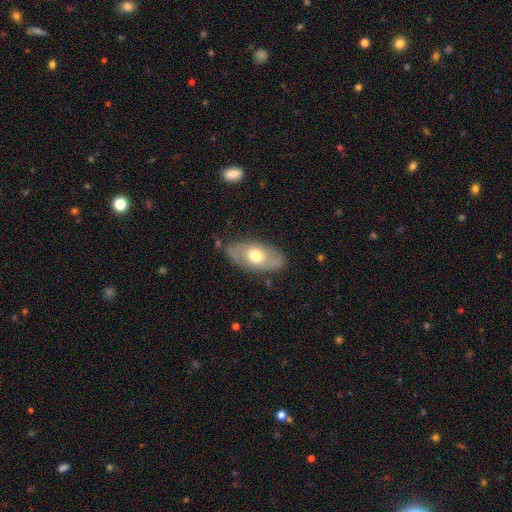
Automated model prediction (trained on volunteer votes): smooth 49%, featured or disk 45%, star or artifact 6%. Down the decision tree: merging — none (79%).